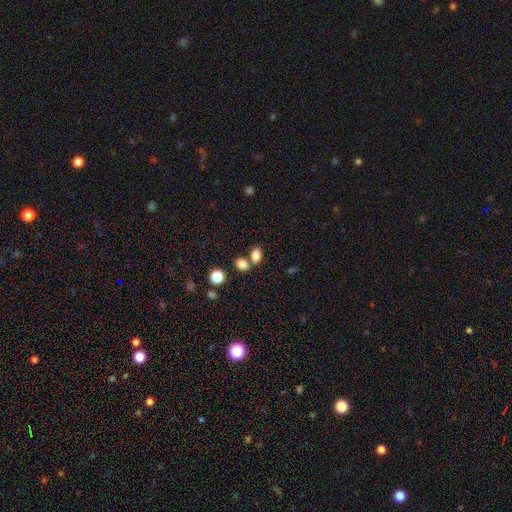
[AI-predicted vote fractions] Smooth or featured?
  - smooth: 82% *
  - star or artifact: 12%
  - featured or disk: 6%
How rounded?
  - in between: 79% *
  - round: 19%
  - cigar-shaped: 2%
Merging?
  - none: 54% *
  - merger: 33%
  - minor disturbance: 10%
  - major disturbance: 4%